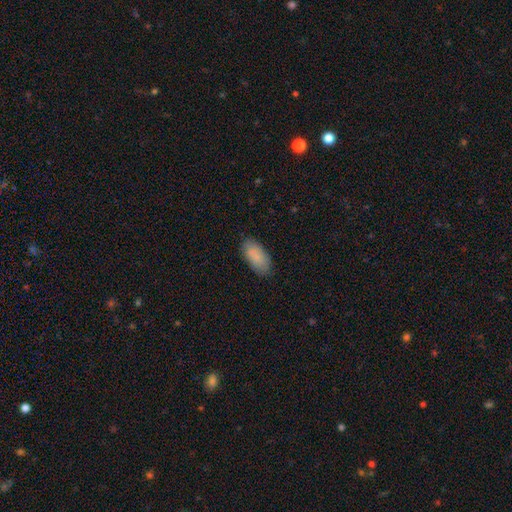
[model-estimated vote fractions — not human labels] A smooth galaxy with no disk features (86%) that is in between round and cigar-shaped (92%). Merging: none (84%).